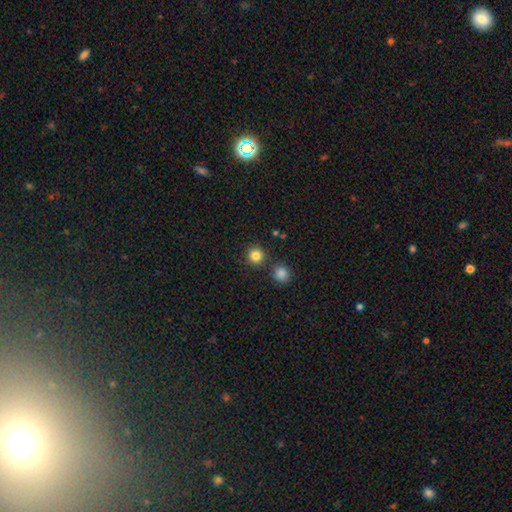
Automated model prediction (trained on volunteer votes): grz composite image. It shows a smooth galaxy with no disk features (84%) that is round (94%). Merging: none (84%).